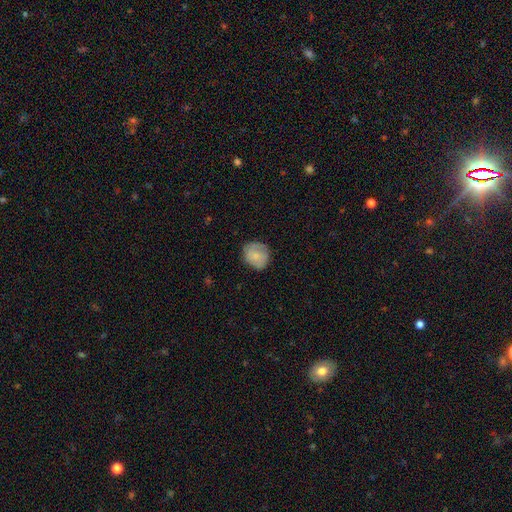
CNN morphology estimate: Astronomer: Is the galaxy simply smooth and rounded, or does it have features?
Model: smooth — 74%.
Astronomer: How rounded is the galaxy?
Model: round — 79%.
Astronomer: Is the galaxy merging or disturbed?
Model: none — 74%.